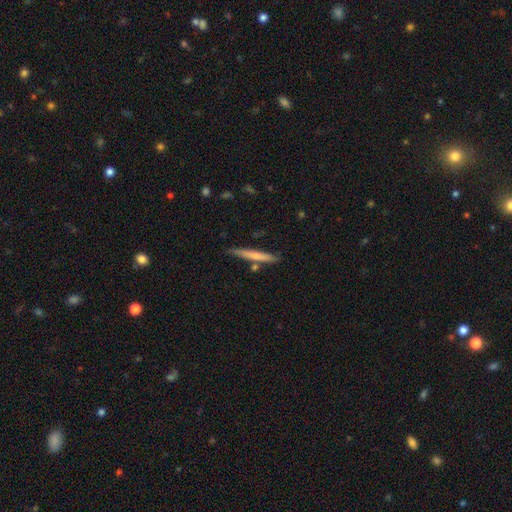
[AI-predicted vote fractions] Smooth or featured? Predicted: smooth (p=0.60). How rounded? Predicted: cigar-shaped (p=0.95). Merging? Predicted: none (p=0.79).